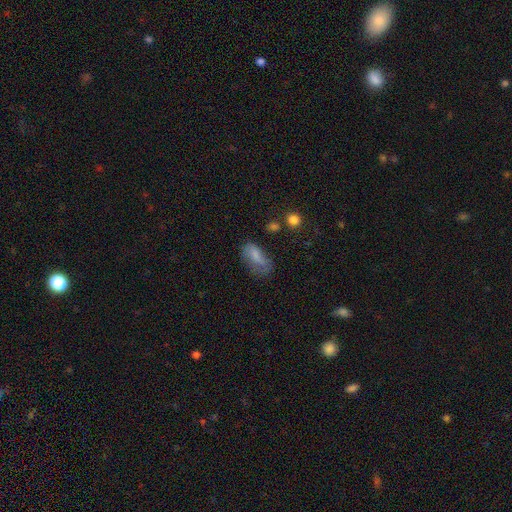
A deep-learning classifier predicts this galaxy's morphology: smooth-or-featured: smooth: 69% | featured or disk: 20% | star or artifact: 11%
  how-rounded: in between: 86% | cigar-shaped: 9% | round: 5%
  merging: none: 38% | minor disturbance: 31% | major disturbance: 26% | merger: 5%